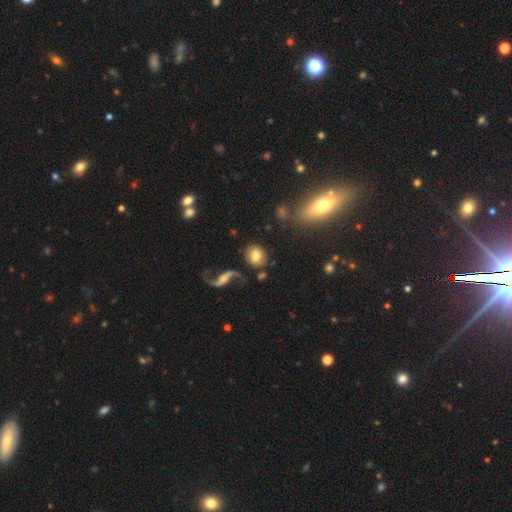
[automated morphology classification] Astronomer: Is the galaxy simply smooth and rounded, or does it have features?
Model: smooth — 69%.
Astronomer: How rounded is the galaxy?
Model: round — 69%.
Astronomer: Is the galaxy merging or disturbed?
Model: none — 77%.